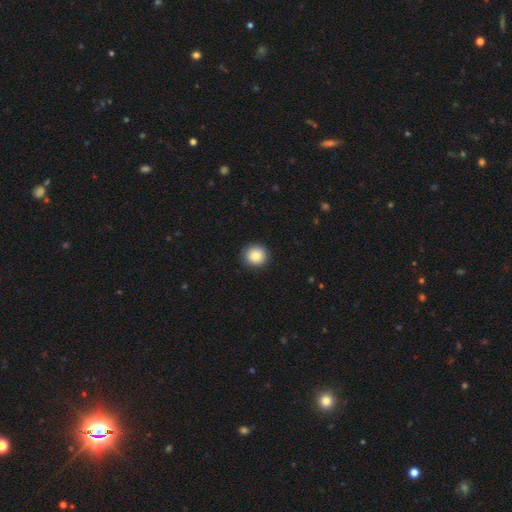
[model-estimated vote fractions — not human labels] Overall: smooth (82%). How rounded: round (91%). Merging: none (89%).